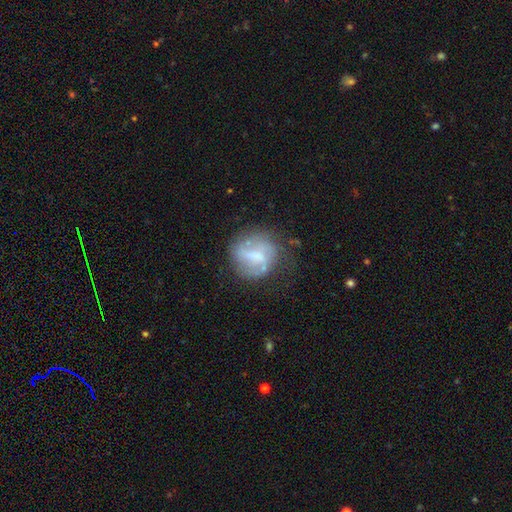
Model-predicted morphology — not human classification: smooth_or_featured: featured or disk (p=0.55) [alt: smooth p=0.36]
disk_edge_on: no (p=0.97) [alt: yes p=0.03]
bar: weak (p=0.43) [alt: no p=0.30]
has_spiral_arms: yes (p=0.54) [alt: no p=0.46]
bulge_size: none (p=0.32) [tied with: moderate p=0.32]
merging: none (p=0.54) [alt: minor disturbance p=0.23]